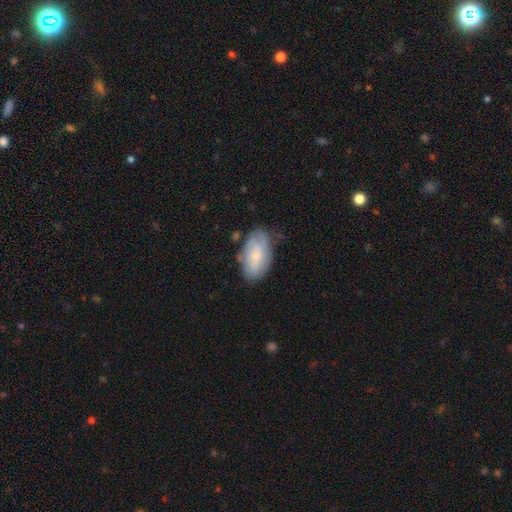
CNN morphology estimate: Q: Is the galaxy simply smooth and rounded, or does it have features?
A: smooth — 64%.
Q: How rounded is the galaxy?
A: in between — 94%.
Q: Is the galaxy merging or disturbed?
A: none — 65%.